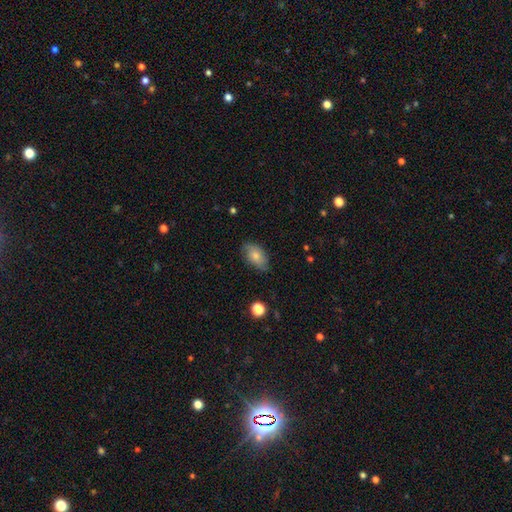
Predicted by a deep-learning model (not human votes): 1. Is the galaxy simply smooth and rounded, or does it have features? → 69% smooth, 23% featured or disk, 8% star or artifact.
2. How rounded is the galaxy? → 90% in between, 8% round, 2% cigar-shaped.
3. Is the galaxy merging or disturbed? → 73% none, 22% minor disturbance, 4% major disturbance, 1% merger.